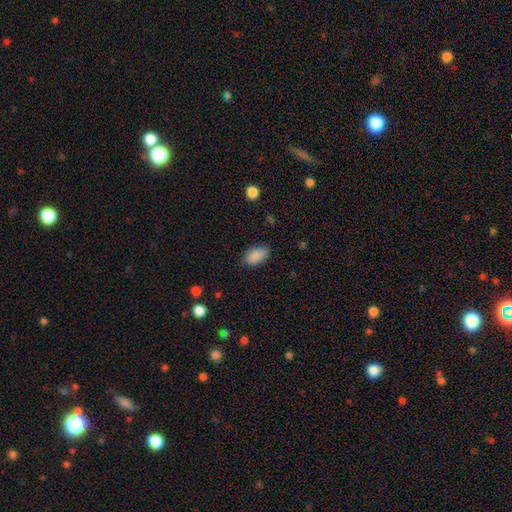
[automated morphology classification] Q: Smooth or featured?
A: smooth (88%); runner-up: star or artifact (8%)
Q: How rounded?
A: in between (93%); runner-up: round (5%)
Q: Merging?
A: none (80%); runner-up: minor disturbance (15%)